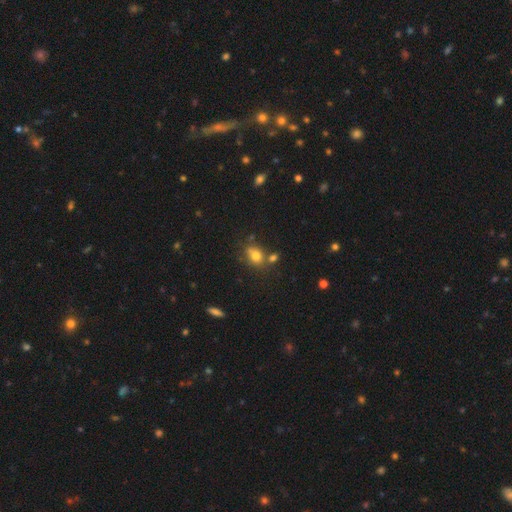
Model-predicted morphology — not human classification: The model was most divided on "how rounded": in between: 56%, round: 42%, cigar-shaped: 2%. More confident: smooth or featured — smooth (77%); merging — none (56%).